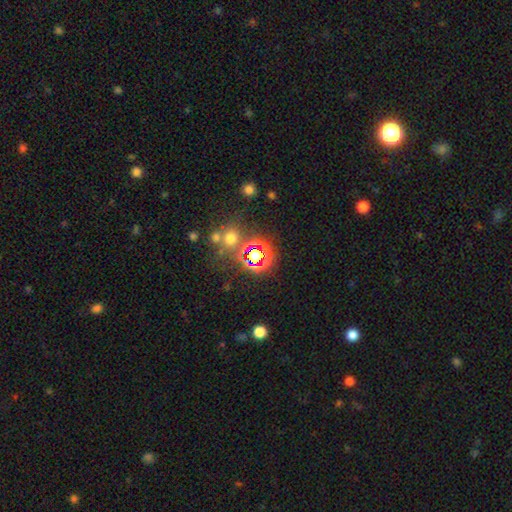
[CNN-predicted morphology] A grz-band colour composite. It shows a star or artifact, not a galaxy (64%).